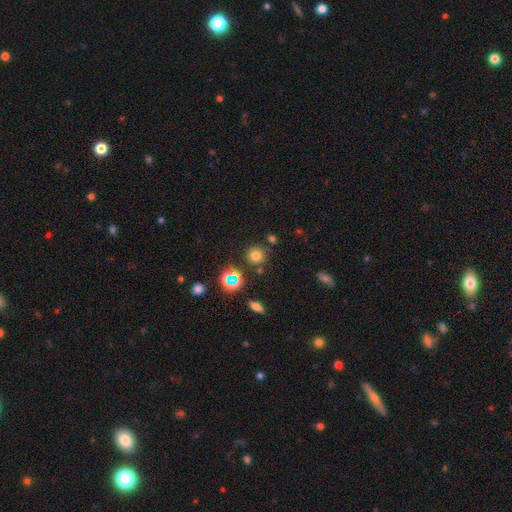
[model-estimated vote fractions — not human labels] This appears to be a smooth galaxy with no disk features (72%) that is round (92%). Merging: none (83%).